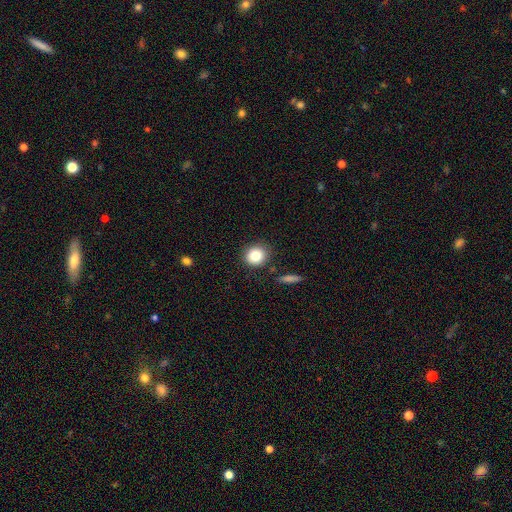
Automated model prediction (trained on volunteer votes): The model was most divided on "how rounded": round: 82%, in between: 17%, cigar-shaped: 1%. More confident: merging — none (85%); smooth or featured — smooth (82%).